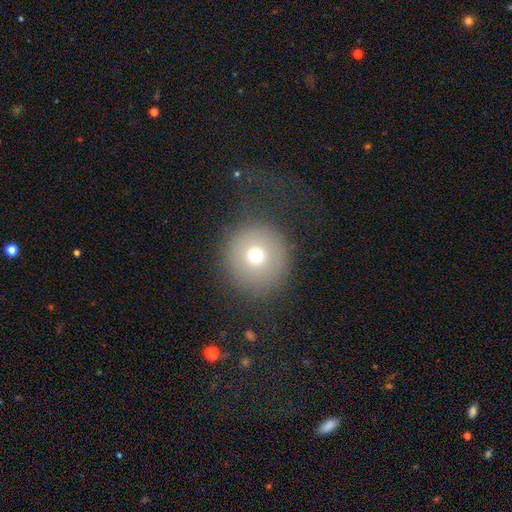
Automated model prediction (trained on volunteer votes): Smooth or featured: smooth — 69% (star or artifact — 17%)
How rounded: round — 92% (in between — 7%)
Merging: none — 83% (minor disturbance — 9%)